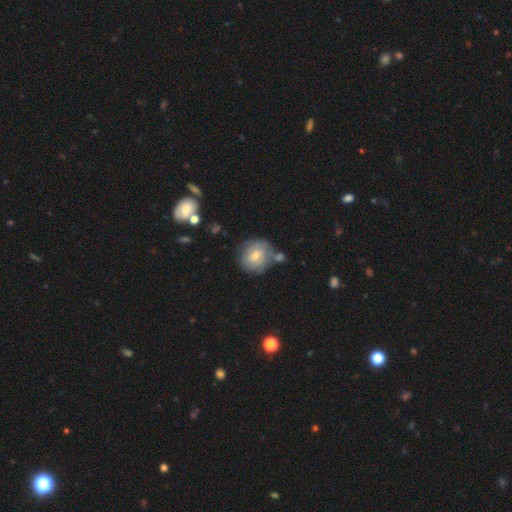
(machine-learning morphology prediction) Smooth or featured? smooth (48%)
Merging? none (69%)